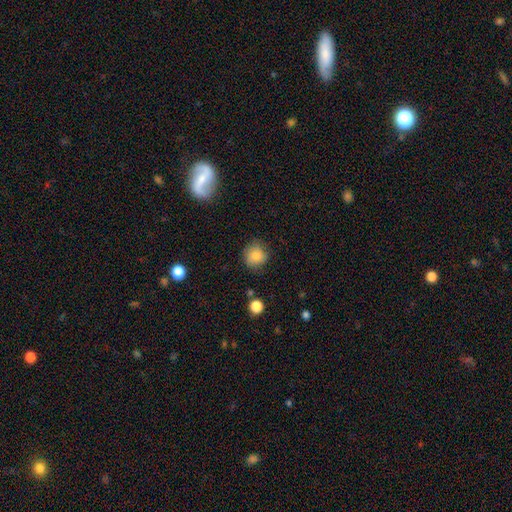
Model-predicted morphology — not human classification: A smooth galaxy with no disk features (84%) that is round (89%). Merging: none (79%).